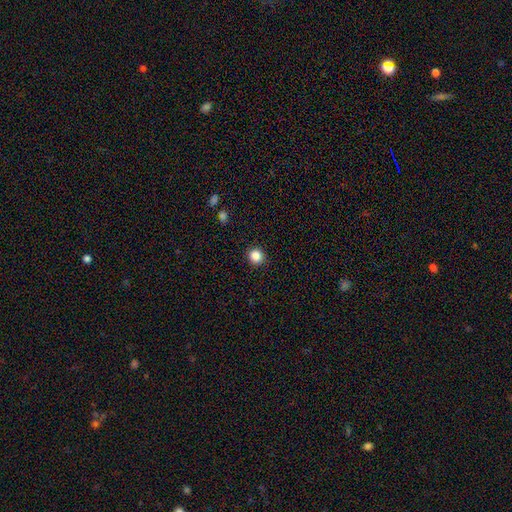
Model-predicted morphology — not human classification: A smooth galaxy with no disk features (86%) that is round (93%). Merging: none (92%).